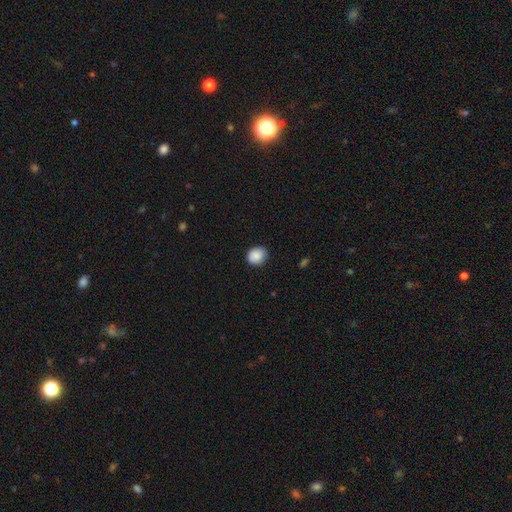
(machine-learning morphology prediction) Smooth or featured? smooth (89%)
How rounded? round (69%)
Merging? none (81%)